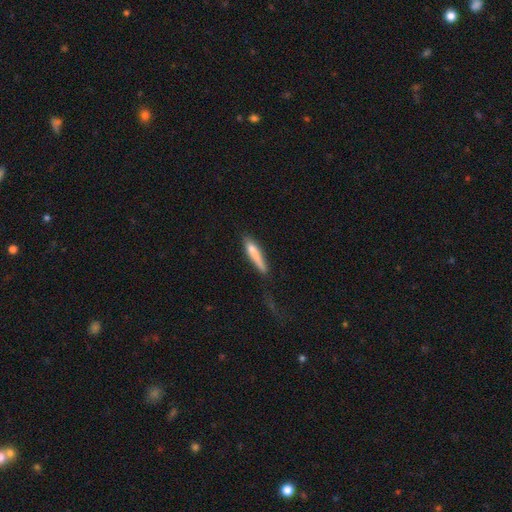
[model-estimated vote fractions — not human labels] Smooth or featured: smooth — 74% (featured or disk — 20%)
How rounded: cigar-shaped — 91% (in between — 8%)
Merging: none — 60% (minor disturbance — 24%)